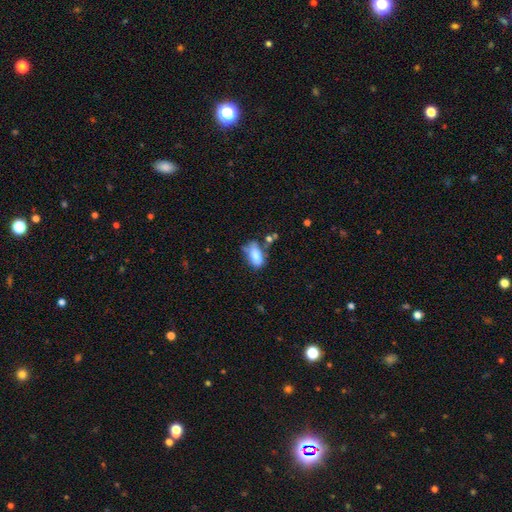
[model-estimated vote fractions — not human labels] Smooth or featured: smooth — 76% (featured or disk — 15%)
How rounded: in between — 89% (round — 6%)
Merging: none — 42% (minor disturbance — 30%)